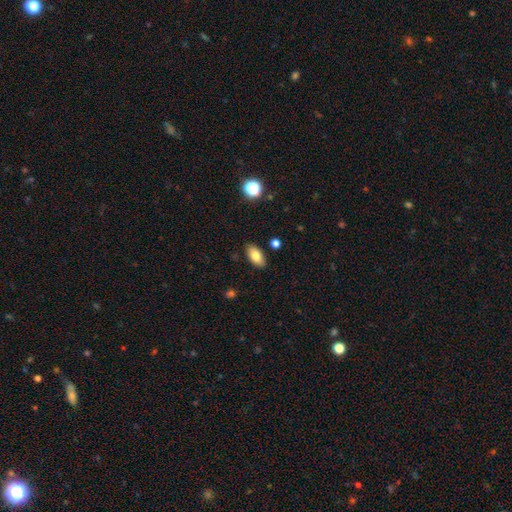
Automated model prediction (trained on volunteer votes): A smooth galaxy with no disk features (80%) that is in between round and cigar-shaped (92%).

Vote fractions:
- Smooth or featured? smooth: 80% / featured or disk: 11% / star or artifact: 8%
- How rounded? in between: 92% / cigar-shaped: 5% / round: 3%
- Merging? none: 87% / minor disturbance: 9% / major disturbance: 2% / merger: 2%